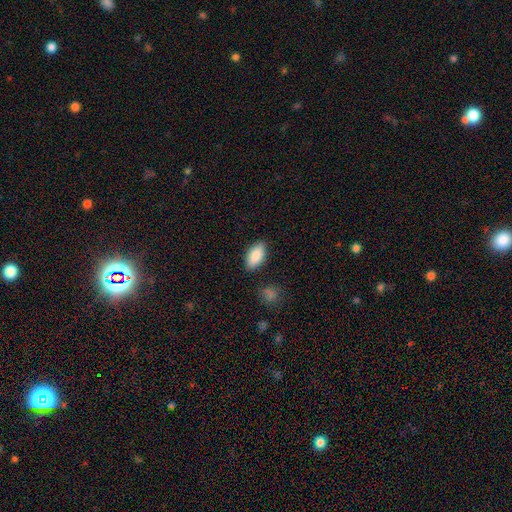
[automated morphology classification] smooth-or-featured: smooth: 87% | featured or disk: 7% | star or artifact: 6%
  how-rounded: in between: 90% | cigar-shaped: 7% | round: 3%
  merging: none: 84% | minor disturbance: 11% | major disturbance: 3% | merger: 2%